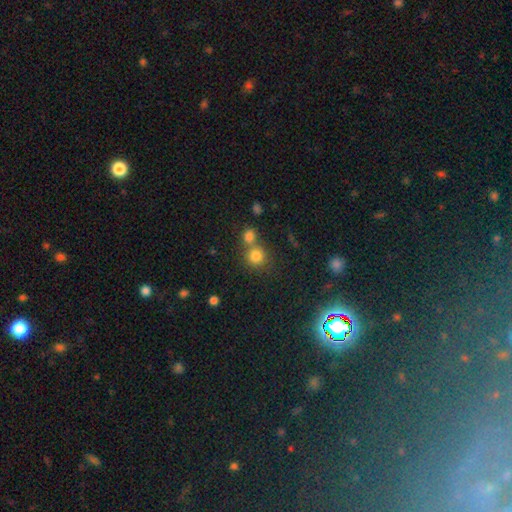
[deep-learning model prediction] smooth 78%, star or artifact 14%, featured or disk 8%. Down the decision tree: how rounded — round (88%); merging — none (53%).